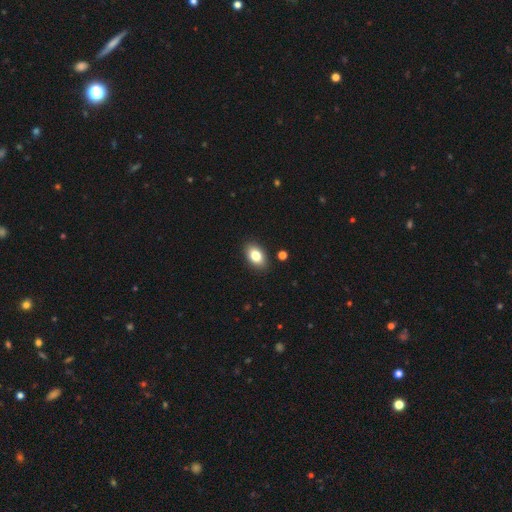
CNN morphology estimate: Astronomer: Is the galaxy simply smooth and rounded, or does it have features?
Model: smooth — 81%.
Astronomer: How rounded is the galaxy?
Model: in between — 88%.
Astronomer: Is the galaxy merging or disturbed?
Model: none — 88%.